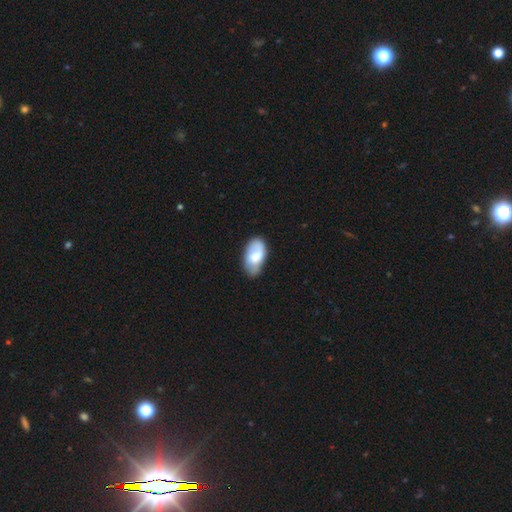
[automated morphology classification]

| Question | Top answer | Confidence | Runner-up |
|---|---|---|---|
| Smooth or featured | smooth | 64% | featured or disk (30%) |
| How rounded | in between | 94% | round (3%) |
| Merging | none | 68% | minor disturbance (23%) |